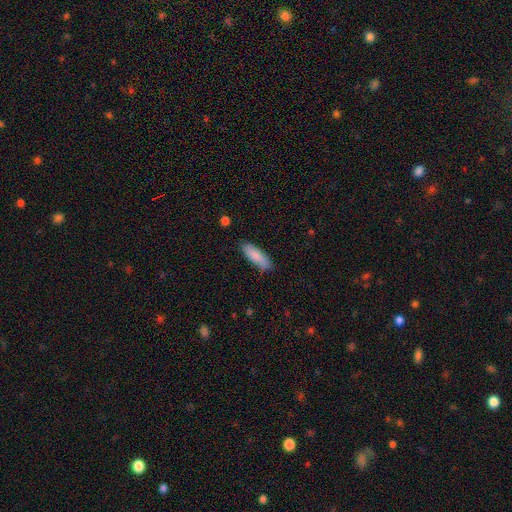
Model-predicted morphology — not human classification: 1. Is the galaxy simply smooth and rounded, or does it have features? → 86% smooth, 8% featured or disk, 6% star or artifact.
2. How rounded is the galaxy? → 56% in between, 42% cigar-shaped, 2% round.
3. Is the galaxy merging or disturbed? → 83% none, 13% minor disturbance, 2% major disturbance, 2% merger.